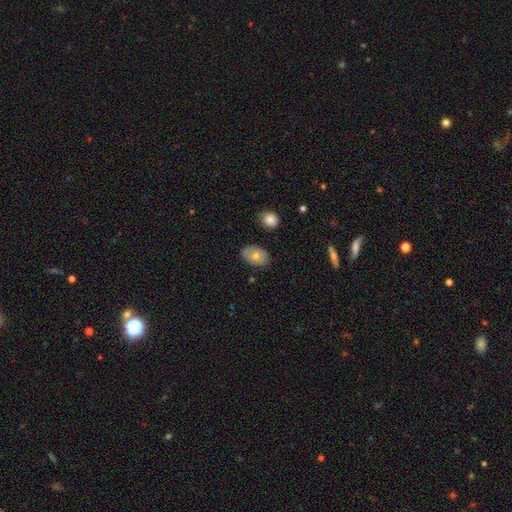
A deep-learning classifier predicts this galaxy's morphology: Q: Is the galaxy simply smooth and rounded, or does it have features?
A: smooth — 61%.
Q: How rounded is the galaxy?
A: in between — 85%.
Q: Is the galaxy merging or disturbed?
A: none — 81%.